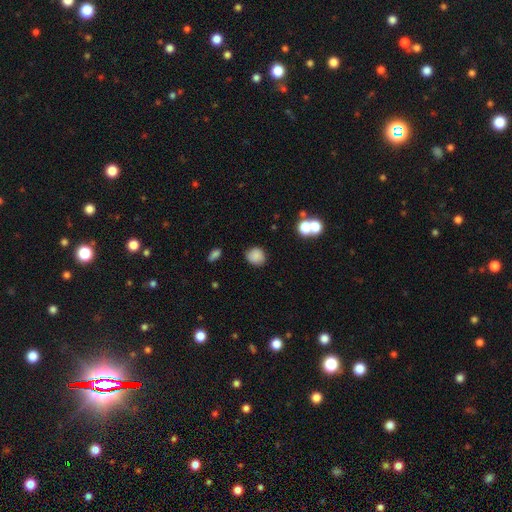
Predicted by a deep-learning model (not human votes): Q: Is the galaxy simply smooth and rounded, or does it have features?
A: smooth — 84%.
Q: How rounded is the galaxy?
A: round — 82%.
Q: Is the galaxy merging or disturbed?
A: none — 81%.